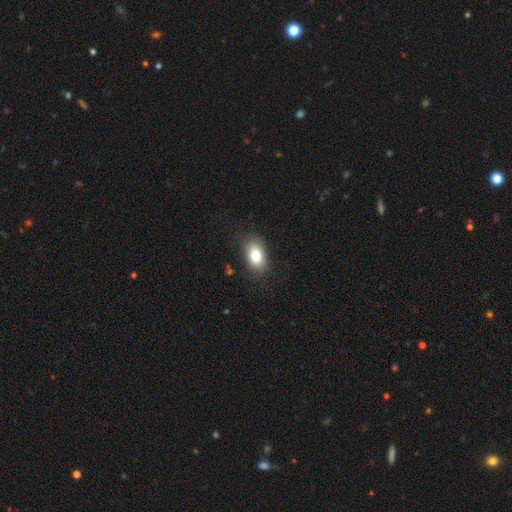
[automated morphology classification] smooth_or_featured: smooth (p=0.81) [alt: featured or disk p=0.11]
how_rounded: in between (p=0.87) [alt: round p=0.11]
merging: none (p=0.85) [alt: minor disturbance p=0.11]